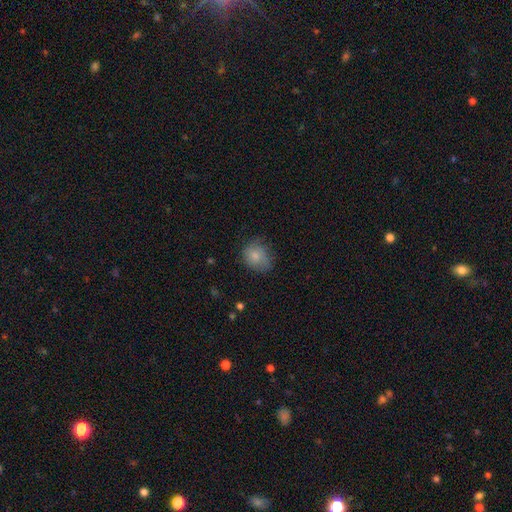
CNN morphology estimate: The model was most divided on "how rounded": round: 61%, in between: 38%, cigar-shaped: 1%. More confident: smooth or featured — smooth (79%); merging — none (59%).